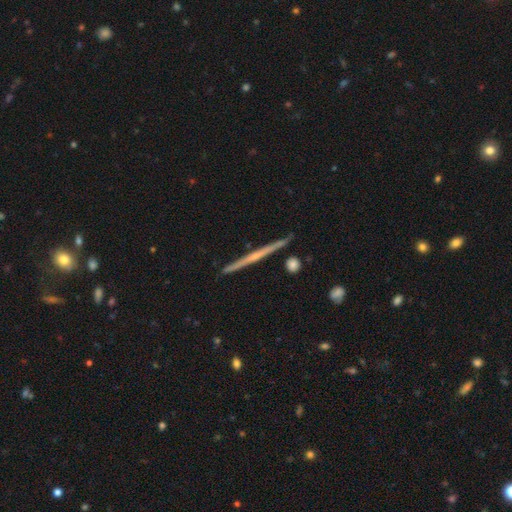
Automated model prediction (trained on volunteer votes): A featured or disk galaxy (73%) viewed edge-on (98%) with no central bulge (59%). Merging: none (91%).